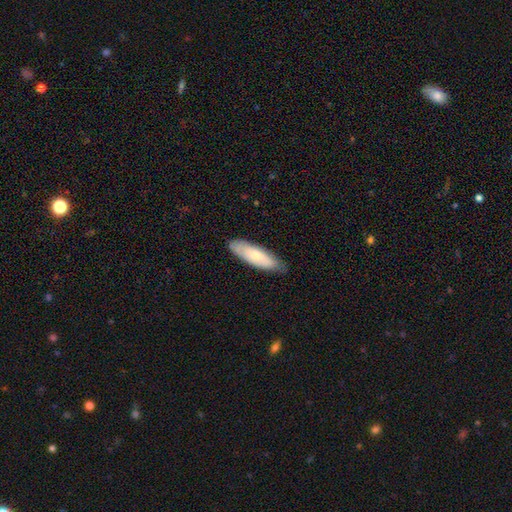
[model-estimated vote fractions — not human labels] The model was most divided on "how rounded": in between: 51%, cigar-shaped: 48%, round: 2%. More confident: merging — none (78%); smooth or featured — smooth (68%).